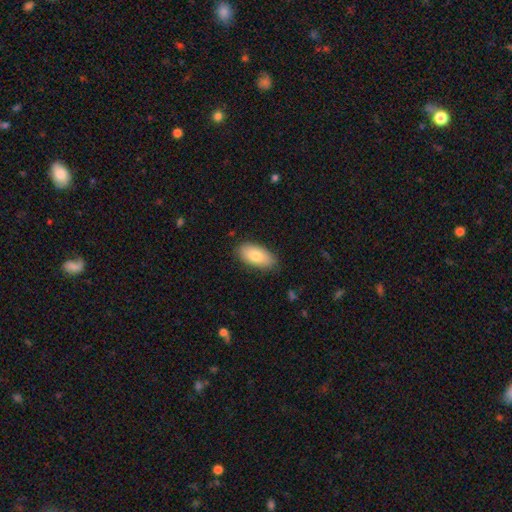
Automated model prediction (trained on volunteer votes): This is clearly a smooth galaxy (80%). How rounded: clearly in between (92%). Merging: clearly none (84%).